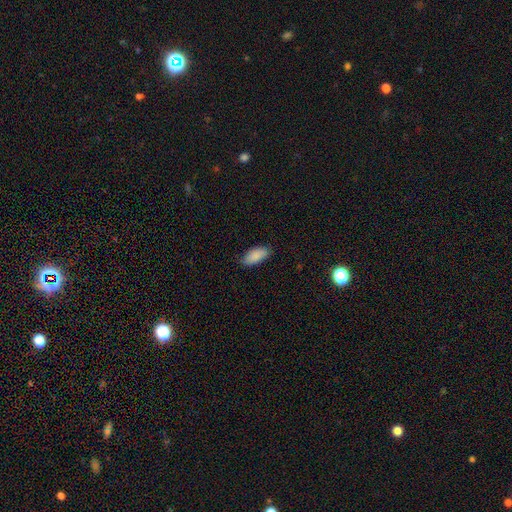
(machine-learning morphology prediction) Smooth or featured: smooth — 89% (star or artifact — 6%)
How rounded: in between — 89% (cigar-shaped — 9%)
Merging: none — 83% (minor disturbance — 14%)